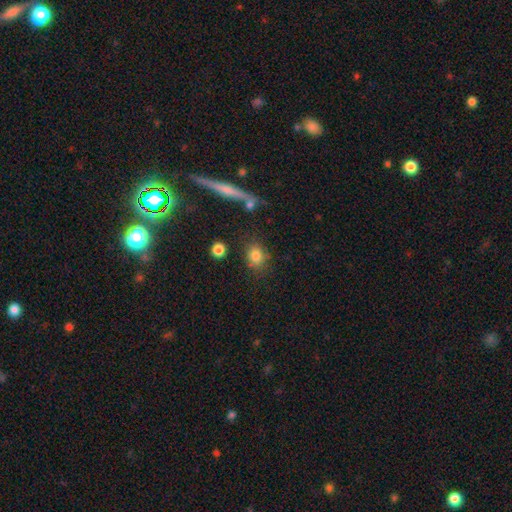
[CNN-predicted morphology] smooth 81%, star or artifact 11%, featured or disk 8%. Down the decision tree: how rounded — in between (49%); merging — none (74%).